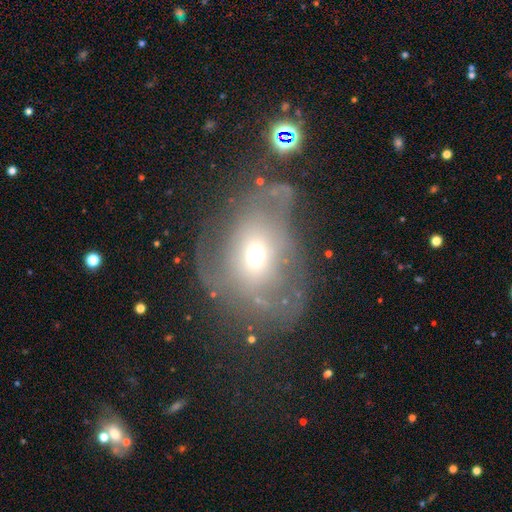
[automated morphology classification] A smooth galaxy with no disk features (44%).

Vote fractions:
- Smooth or featured? smooth: 44% / featured or disk: 41% / star or artifact: 15%
- Merging? none: 35% (tied) / major disturbance: 35% (tied) / minor disturbance: 23% / merger: 7%